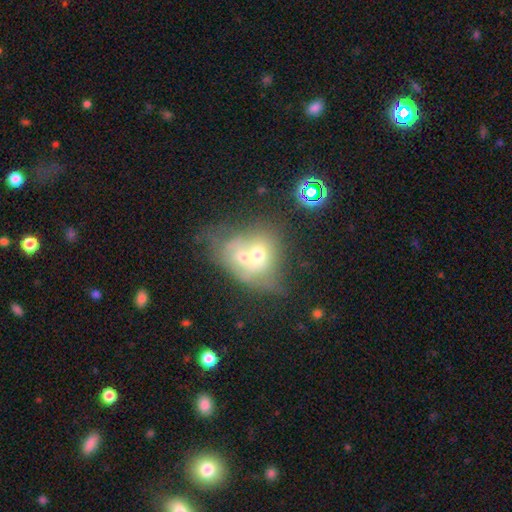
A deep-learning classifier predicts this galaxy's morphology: A smooth galaxy with no disk features (49%).

Vote fractions:
- Smooth or featured? smooth: 49% / featured or disk: 39% / star or artifact: 12%
- Merging? merger: 75% / none: 12% / major disturbance: 7% / minor disturbance: 7%